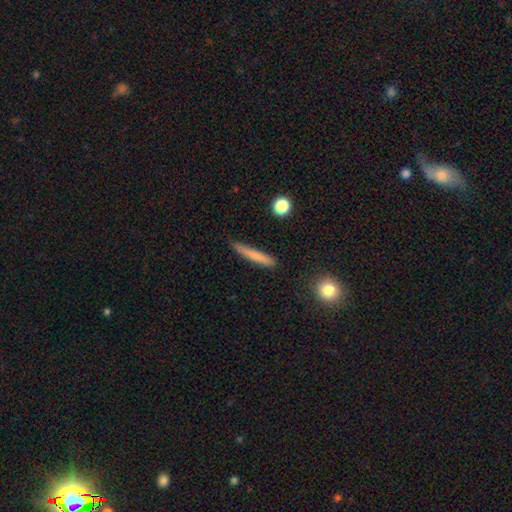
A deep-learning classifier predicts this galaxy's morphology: Smooth or featured? Predicted: smooth (p=0.75). How rounded? Predicted: cigar-shaped (p=0.94). Merging? Predicted: none (p=0.80).